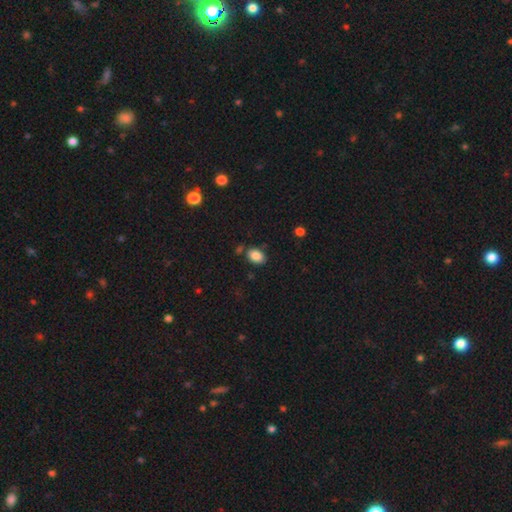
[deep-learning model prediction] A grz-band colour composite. It shows a smooth galaxy with no disk features (87%) that is in between round and cigar-shaped (83%). Merging: none (77%).